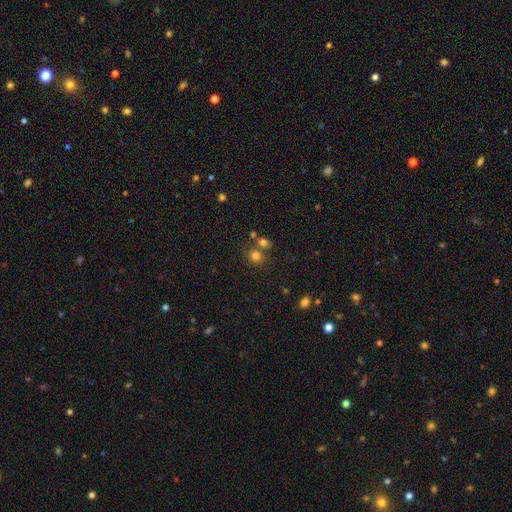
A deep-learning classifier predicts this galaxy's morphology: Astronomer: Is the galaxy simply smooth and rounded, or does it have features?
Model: smooth — 77%.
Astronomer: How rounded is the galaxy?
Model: round — 78%.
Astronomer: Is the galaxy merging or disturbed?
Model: none — 62%.